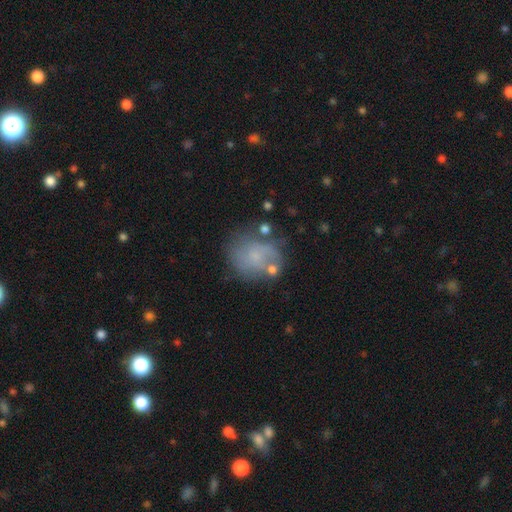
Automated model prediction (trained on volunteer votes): Overall: smooth (51%; featured or disk 37%). How rounded: round (72%). Merging: none (56%; minor disturbance 22%).